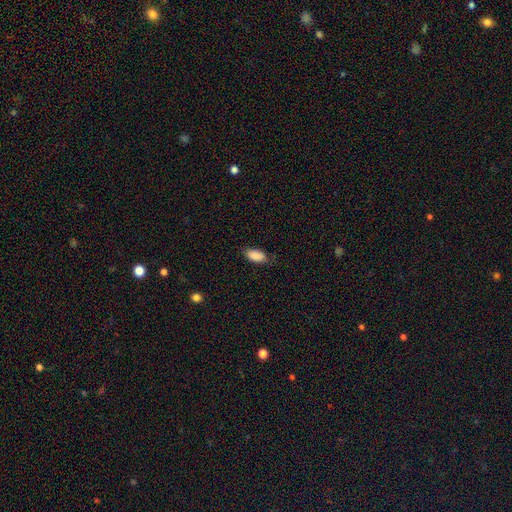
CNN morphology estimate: Smooth or featured?
  - smooth: 89% *
  - star or artifact: 7%
  - featured or disk: 4%
How rounded?
  - in between: 92% *
  - cigar-shaped: 5%
  - round: 3%
Merging?
  - none: 77% *
  - minor disturbance: 19%
  - major disturbance: 3%
  - merger: 1%